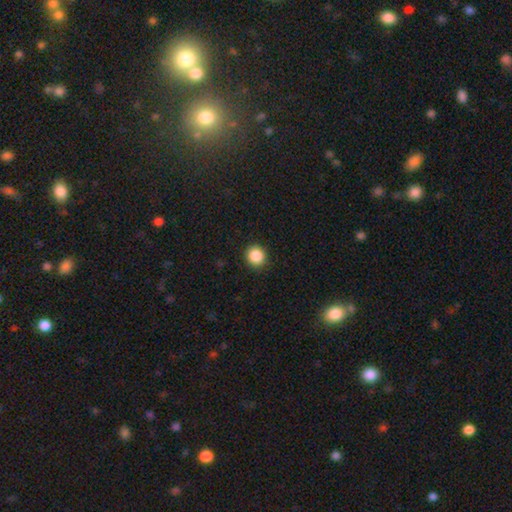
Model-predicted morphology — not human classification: smooth-or-featured: smooth: 87% | star or artifact: 10% | featured or disk: 3%
  how-rounded: round: 89% | in between: 10% | cigar-shaped: 1%
  merging: none: 91% | minor disturbance: 6% | major disturbance: 2% | merger: 1%